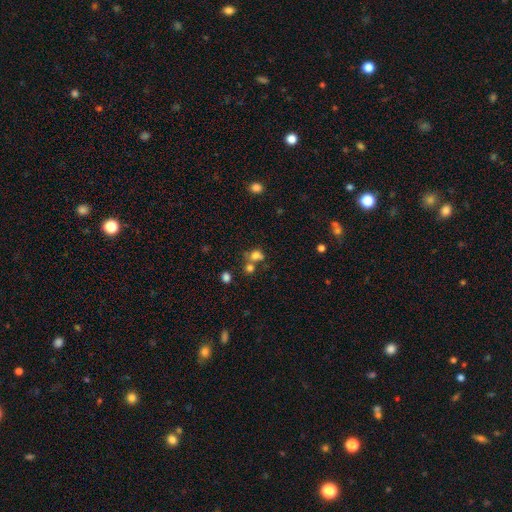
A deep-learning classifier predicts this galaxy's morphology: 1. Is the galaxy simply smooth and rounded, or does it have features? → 73% smooth, 16% star or artifact, 11% featured or disk.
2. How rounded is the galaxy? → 62% round, 36% in between, 1% cigar-shaped.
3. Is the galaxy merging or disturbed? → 42% none, 38% merger, 12% minor disturbance, 8% major disturbance.